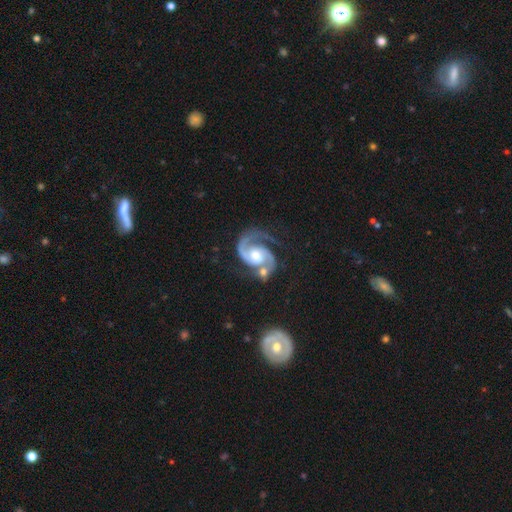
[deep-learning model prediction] Overall: featured or disk (93%). Edge-on disk: no (98%). Bar: no (59%; weak 32%). Spiral arms: yes (98%). Spiral arm count: 2 (90%). Spiral winding: medium (57%; tight 27%). Bulge size: moderate (60%). Merging: none (51%; minor disturbance 18%).